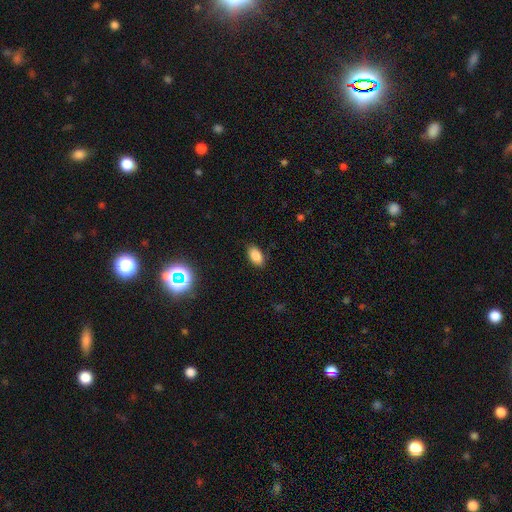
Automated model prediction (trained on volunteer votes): A smooth galaxy with no disk features (85%) that is in between round and cigar-shaped (92%).

Vote fractions:
- Smooth or featured? smooth: 85% / star or artifact: 10% / featured or disk: 5%
- How rounded? in between: 92% / round: 6% / cigar-shaped: 3%
- Merging? none: 83% / minor disturbance: 13% / major disturbance: 3% / merger: 1%